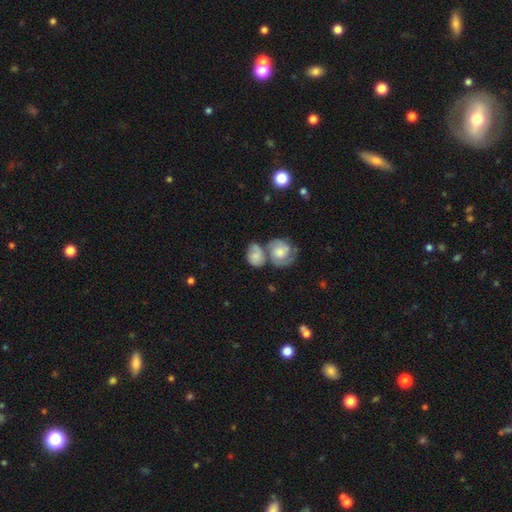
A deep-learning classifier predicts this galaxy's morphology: Overall: smooth (54%; featured or disk 39%). How rounded: in between (52%; round 46%). Merging: merger (50%; none 30%).